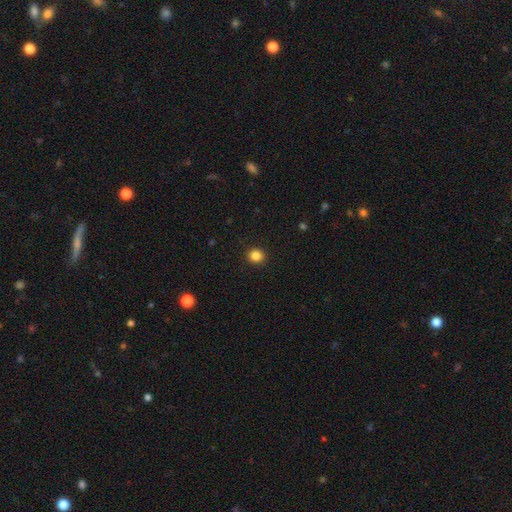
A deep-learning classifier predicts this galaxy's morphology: smooth-or-featured: smooth: 85% | star or artifact: 11% | featured or disk: 4%
  how-rounded: round: 88% | in between: 11% | cigar-shaped: 1%
  merging: none: 92% | minor disturbance: 5% | major disturbance: 2% | merger: 1%